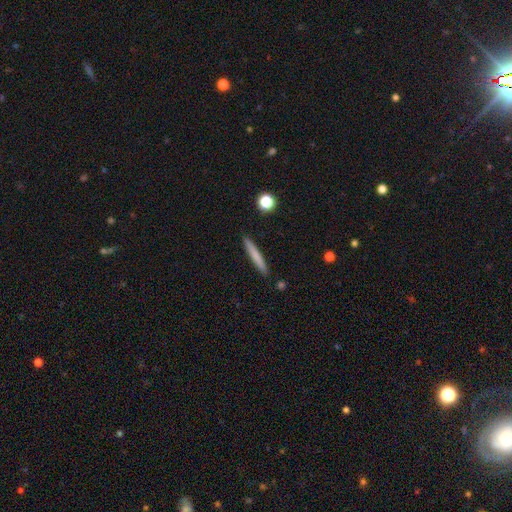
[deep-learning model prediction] This is likely a smooth galaxy (71%). How rounded: clearly cigar-shaped (96%). Merging: clearly none (91%).